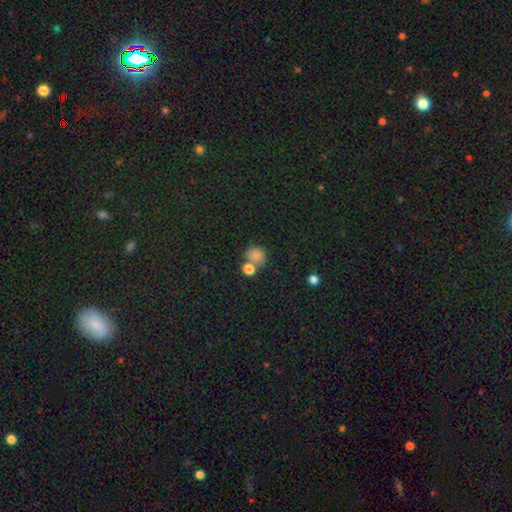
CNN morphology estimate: This is likely a smooth galaxy (79%). How rounded: likely round (79%). Merging: possibly none (54%).